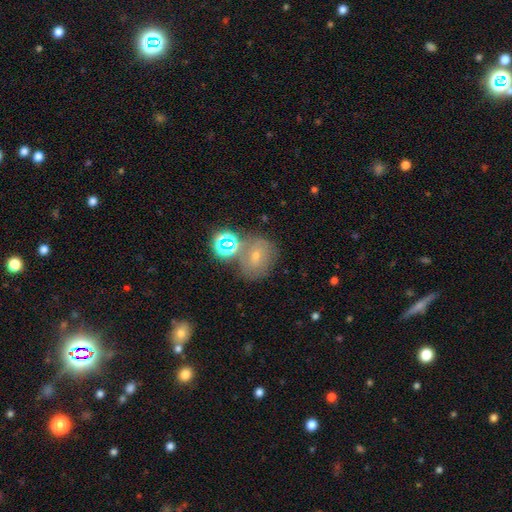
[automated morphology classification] Overall: smooth (43%; featured or disk 29%). Merging: none (55%; merger 22%).